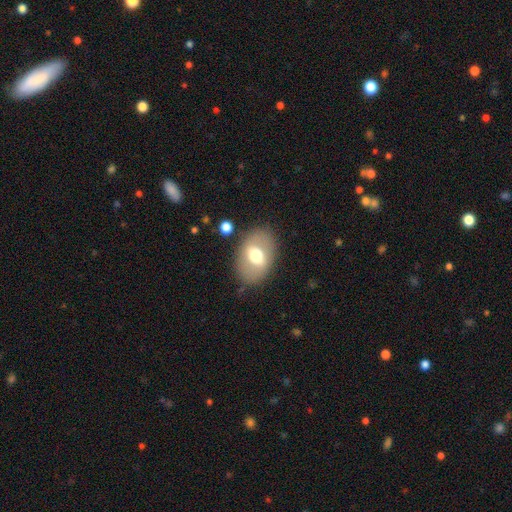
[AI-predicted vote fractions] A smooth galaxy with no disk features (59%) that is in between round and cigar-shaped (80%).

Vote fractions:
- Smooth or featured? smooth: 59% / featured or disk: 33% / star or artifact: 8%
- How rounded? in between: 80% / round: 19% / cigar-shaped: 1%
- Merging? none: 81% / minor disturbance: 12% / major disturbance: 5% / merger: 2%